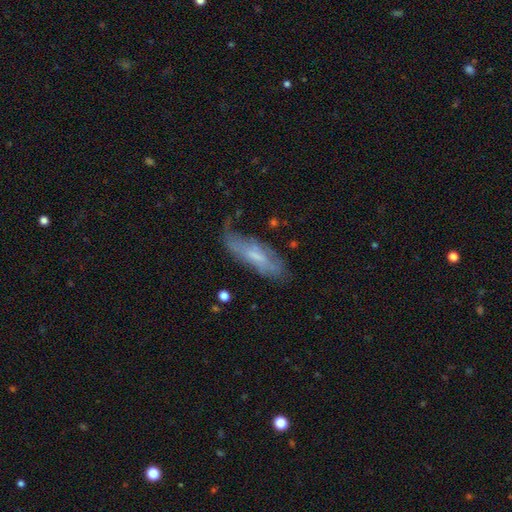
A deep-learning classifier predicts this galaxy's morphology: smooth-or-featured: featured or disk: 48% | smooth: 45% | star or artifact: 8%
  merging: none: 48% | minor disturbance: 31% | major disturbance: 17% | merger: 3%